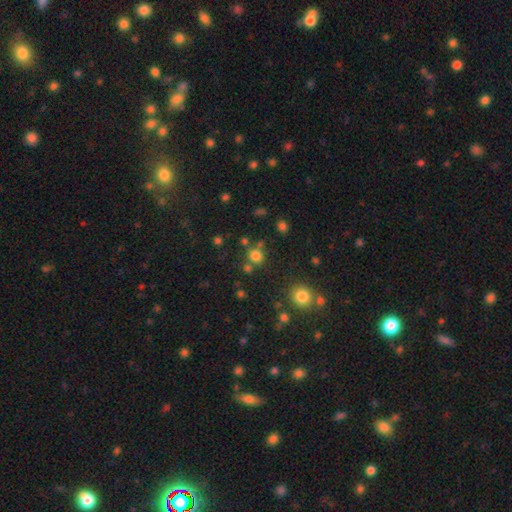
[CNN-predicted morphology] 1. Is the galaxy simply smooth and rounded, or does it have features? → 75% smooth, 19% star or artifact, 6% featured or disk.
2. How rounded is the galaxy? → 82% round, 17% in between, 1% cigar-shaped.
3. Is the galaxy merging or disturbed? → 69% none, 17% merger, 10% minor disturbance, 4% major disturbance.